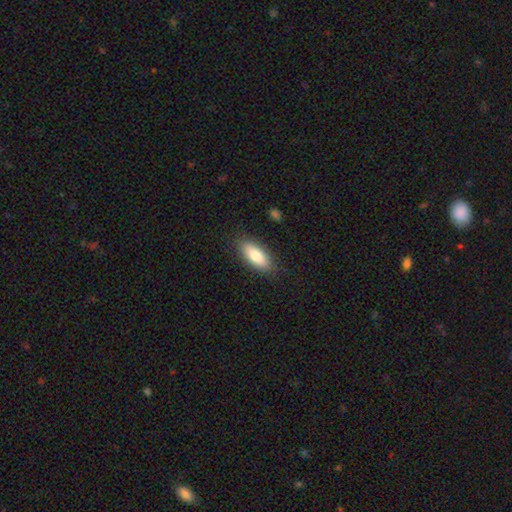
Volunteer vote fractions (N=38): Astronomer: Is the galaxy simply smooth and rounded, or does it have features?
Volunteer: smooth — 82%.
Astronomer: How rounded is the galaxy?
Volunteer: in between — 87%.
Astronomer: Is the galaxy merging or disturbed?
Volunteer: none — 80%.